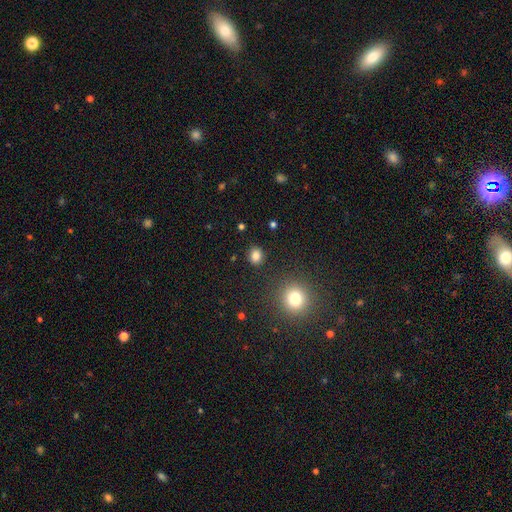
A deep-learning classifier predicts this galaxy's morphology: This appears to be a smooth galaxy with no disk features (81%) that is round (77%). Merging: none (89%).